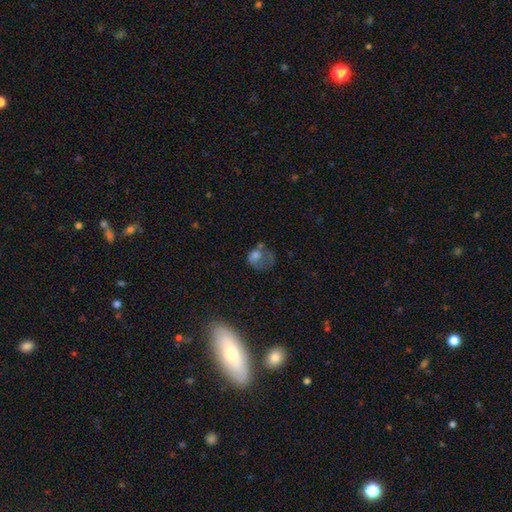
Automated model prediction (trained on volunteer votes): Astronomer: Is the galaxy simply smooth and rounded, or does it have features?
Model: smooth — 57%.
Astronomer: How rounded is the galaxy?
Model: round — 53% (runner-up: in between, 45%).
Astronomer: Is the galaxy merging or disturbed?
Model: major disturbance — 42% (runner-up: none, 26%).